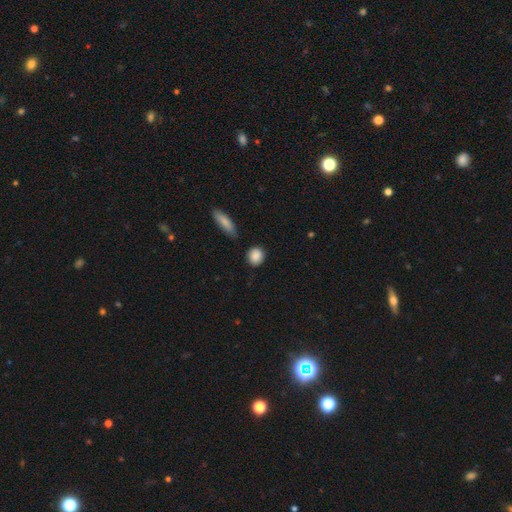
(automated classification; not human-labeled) Smooth or featured? Predicted: smooth (p=0.88). How rounded? Predicted: round (p=0.76). Merging? Predicted: none (p=0.83).